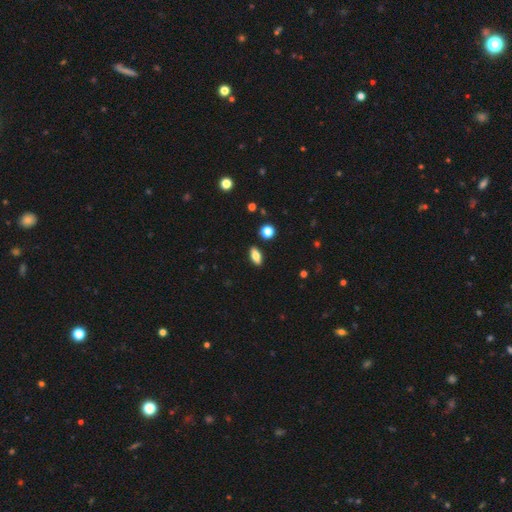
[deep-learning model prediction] Q: Smooth or featured?
A: smooth (78%); runner-up: featured or disk (14%)
Q: How rounded?
A: in between (80%); runner-up: cigar-shaped (16%)
Q: Merging?
A: none (89%); runner-up: minor disturbance (7%)